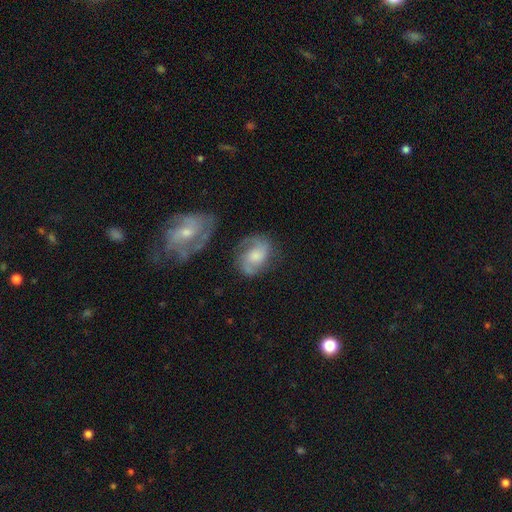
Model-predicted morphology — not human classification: Q: Smooth or featured?
A: featured or disk (69%); runner-up: smooth (24%)
Q: Edge-on disk?
A: no (97%); runner-up: yes (3%)
Q: Bar?
A: no (61%); runner-up: weak (33%)
Q: Spiral arms?
A: yes (92%); runner-up: no (8%)
Q: Spiral winding?
A: medium (50%); runner-up: loose (26%)
Q: Spiral arm count?
A: 2 (79%); runner-up: can't tell (9%)
Q: Bulge size?
A: moderate (43%); runner-up: small (28%)
Q: Merging?
A: none (65%); runner-up: minor disturbance (20%)